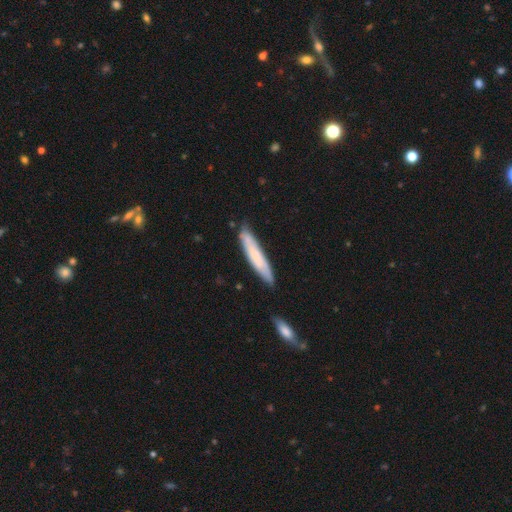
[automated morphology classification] Smooth or featured? Predicted: smooth (p=0.63). How rounded? Predicted: cigar-shaped (p=0.89). Merging? Predicted: none (p=0.76).